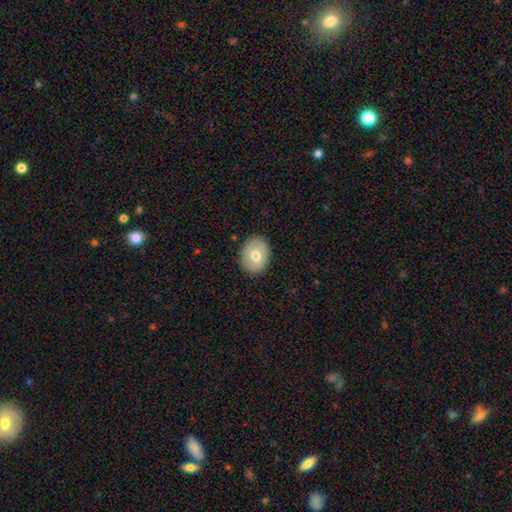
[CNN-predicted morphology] smooth 59%, featured or disk 34%, star or artifact 7%. Down the decision tree: how rounded — in between (57%); merging — none (84%).